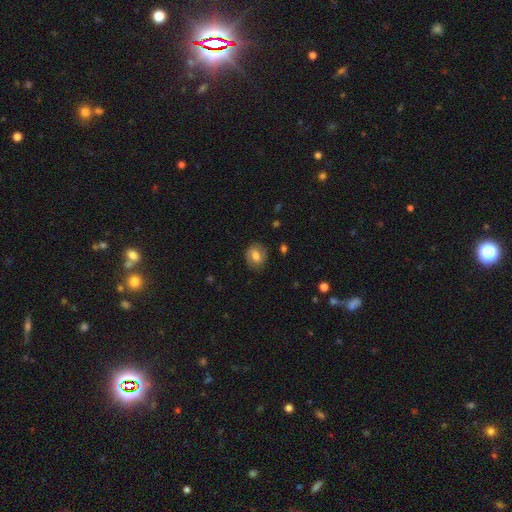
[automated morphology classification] A smooth galaxy with no disk features (61%) that is round (57%). Merging: none (82%).